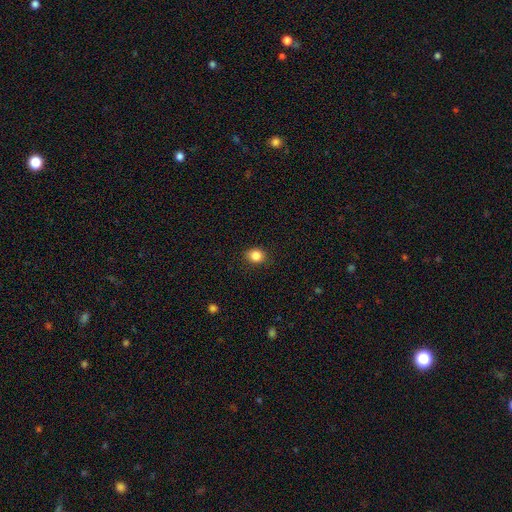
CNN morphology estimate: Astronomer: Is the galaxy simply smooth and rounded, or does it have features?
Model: smooth — 85%.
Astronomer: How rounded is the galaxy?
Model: round — 62% (runner-up: in between, 37%).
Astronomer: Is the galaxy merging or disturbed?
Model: none — 87%.